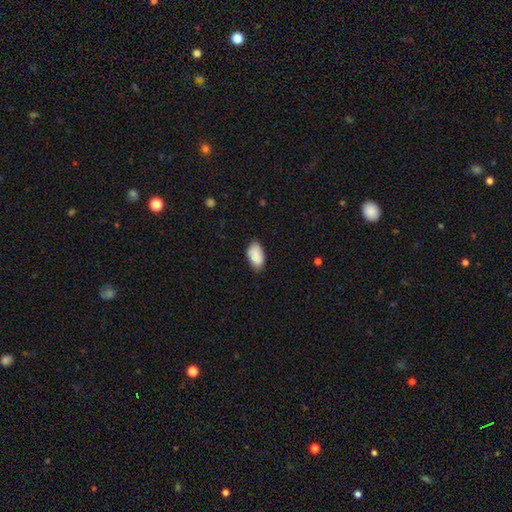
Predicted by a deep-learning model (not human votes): Smooth or featured?
  - smooth: 84% *
  - featured or disk: 9%
  - star or artifact: 7%
How rounded?
  - in between: 94% *
  - round: 4%
  - cigar-shaped: 2%
Merging?
  - none: 71% *
  - minor disturbance: 23%
  - major disturbance: 4%
  - merger: 2%